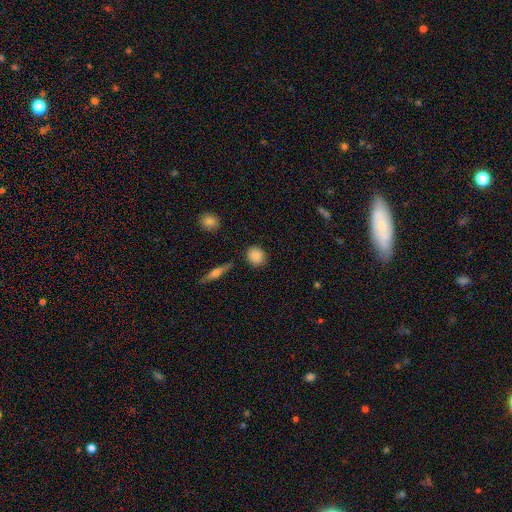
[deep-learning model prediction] smooth 86%, star or artifact 8%, featured or disk 6%. Down the decision tree: how rounded — round (83%); merging — none (86%).